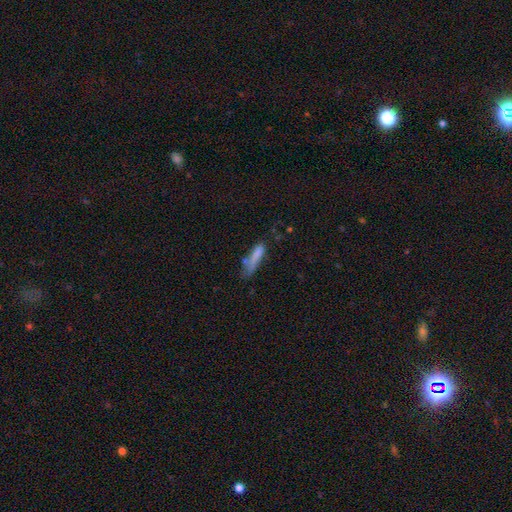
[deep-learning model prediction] Q: Smooth or featured?
A: smooth (74%); runner-up: featured or disk (16%)
Q: How rounded?
A: cigar-shaped (75%); runner-up: in between (23%)
Q: Merging?
A: none (42%); runner-up: minor disturbance (28%)